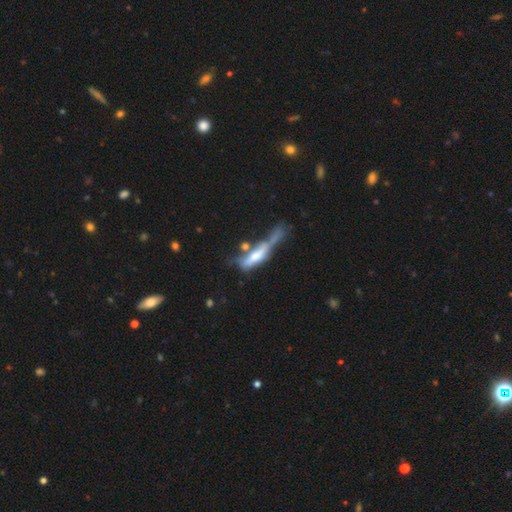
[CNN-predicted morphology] smooth-or-featured: featured or disk: 51% | smooth: 41% | star or artifact: 8%
  disk-edge-on: yes: 66% | no: 34%
  merging: major disturbance: 31% | merger: 30% | none: 20% | minor disturbance: 19%